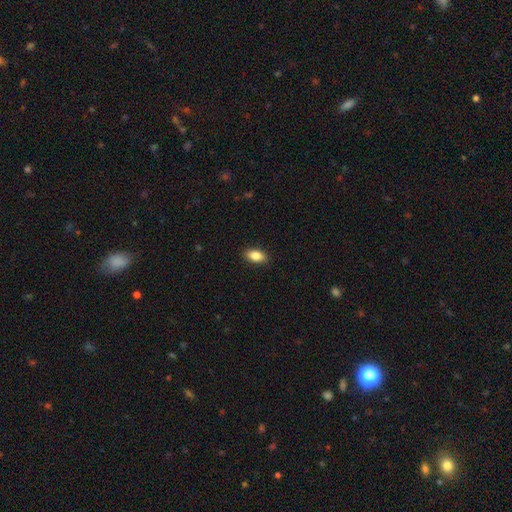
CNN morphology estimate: Q: Smooth or featured?
A: smooth (85%); runner-up: star or artifact (7%)
Q: How rounded?
A: in between (90%); runner-up: round (6%)
Q: Merging?
A: none (88%); runner-up: minor disturbance (9%)